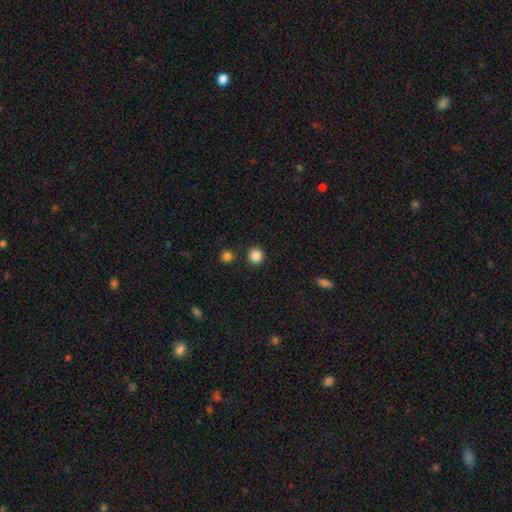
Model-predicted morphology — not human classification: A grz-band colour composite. It shows a smooth galaxy with no disk features (86%) that is round (94%). Merging: none (89%).